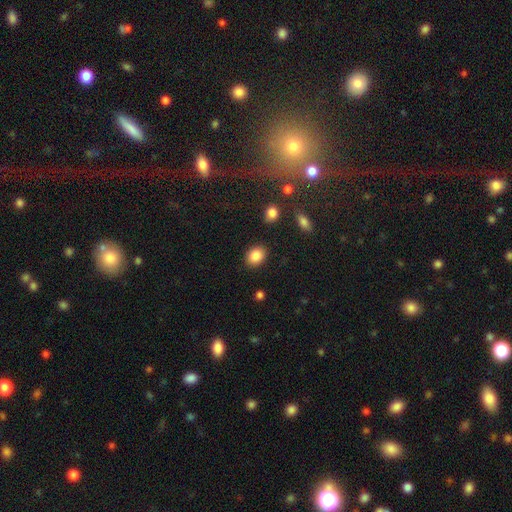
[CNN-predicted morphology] Overall: smooth (87%). How rounded: in between (59%; round 40%). Merging: none (87%).